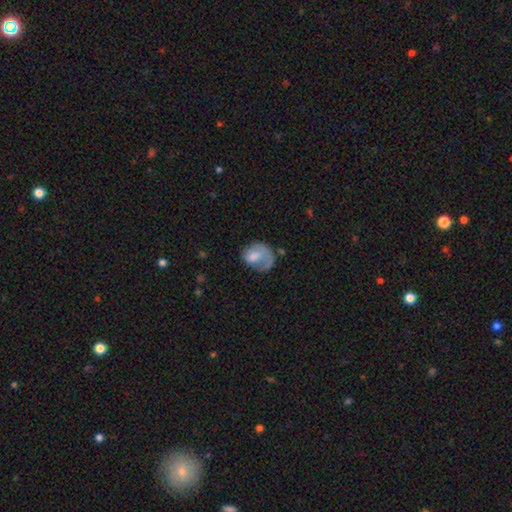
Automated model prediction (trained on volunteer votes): A smooth galaxy with no disk features (62%) that is in between round and cigar-shaped (50%). Merging: major disturbance (37%).